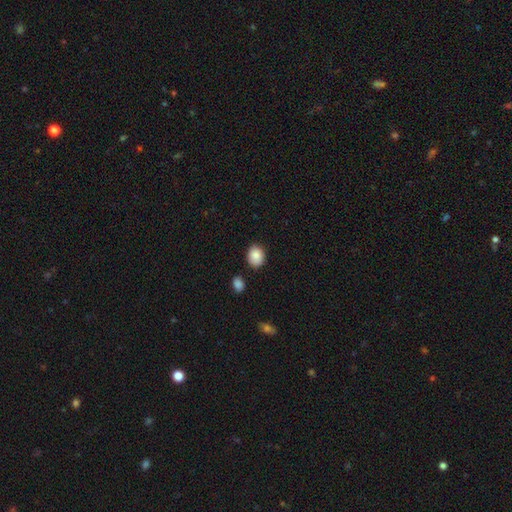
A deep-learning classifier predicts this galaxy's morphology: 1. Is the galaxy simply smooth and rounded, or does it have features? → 88% smooth, 7% star or artifact, 4% featured or disk.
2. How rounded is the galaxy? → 52% in between, 47% round, 1% cigar-shaped.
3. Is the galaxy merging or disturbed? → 83% none, 11% minor disturbance, 3% merger, 3% major disturbance.